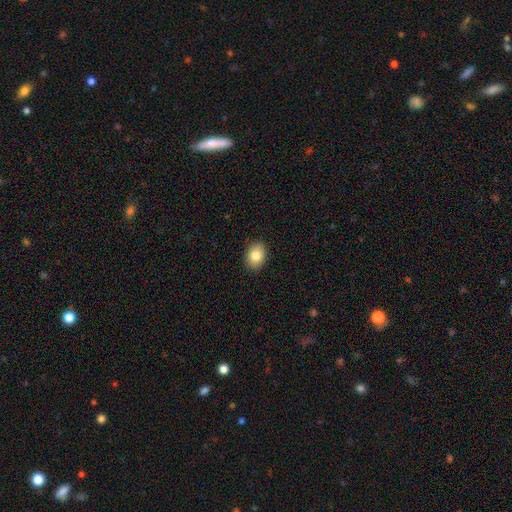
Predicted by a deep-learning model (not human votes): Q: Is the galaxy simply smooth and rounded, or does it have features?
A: smooth — 82%.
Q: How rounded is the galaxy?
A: in between — 74%.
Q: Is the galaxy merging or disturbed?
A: none — 90%.